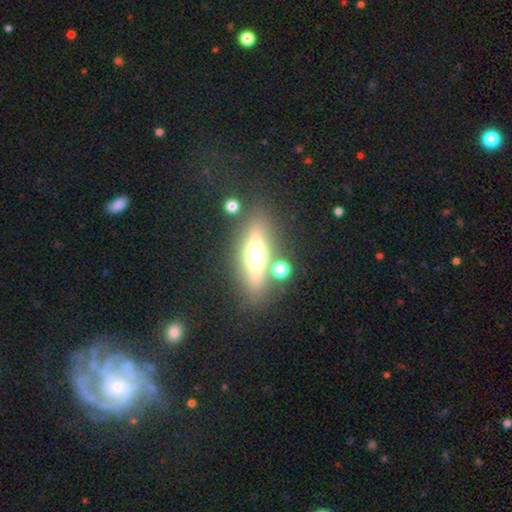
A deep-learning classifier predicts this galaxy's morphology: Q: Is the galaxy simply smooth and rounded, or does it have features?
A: featured or disk — 62%.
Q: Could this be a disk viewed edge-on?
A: yes — 89%.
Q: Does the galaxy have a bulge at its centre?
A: rounded — 93%.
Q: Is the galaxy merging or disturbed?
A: none — 79%.